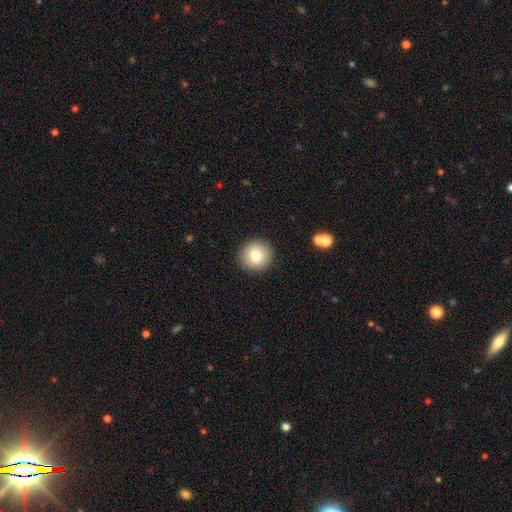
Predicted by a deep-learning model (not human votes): smooth 79%, featured or disk 11%, star or artifact 9%. Down the decision tree: how rounded — round (92%); merging — none (91%).